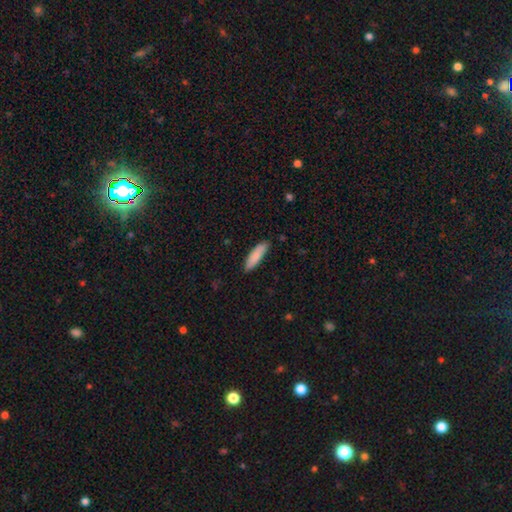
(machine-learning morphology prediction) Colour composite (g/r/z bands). It shows a smooth galaxy with no disk features (85%) that is cigar-shaped (59%). Merging: none (85%).